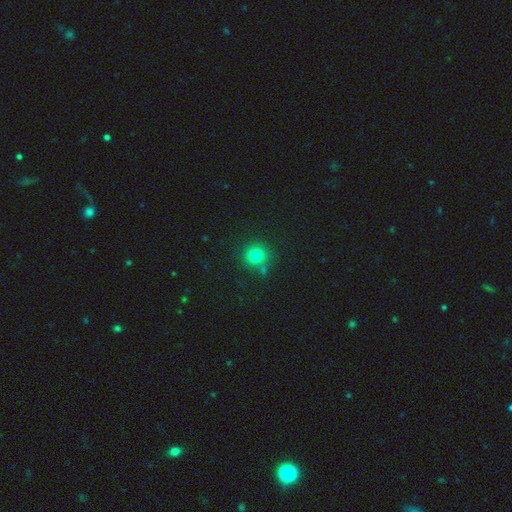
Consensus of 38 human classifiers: Q: Smooth or featured?
A: smooth (89%); runner-up: featured or disk (5%)
Q: How rounded?
A: round (97%); runner-up: in between (3%)
Q: Merging?
A: none (78%); runner-up: minor disturbance (14%)